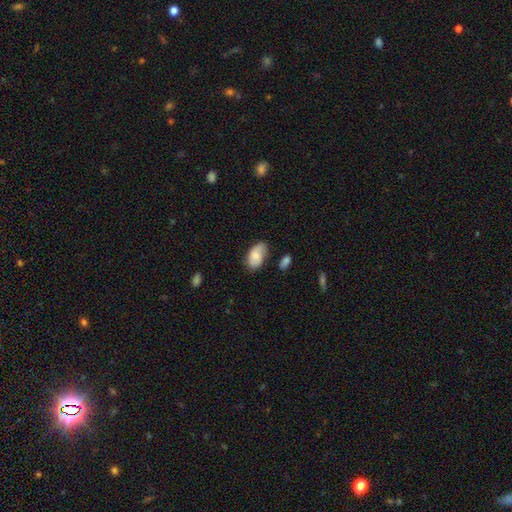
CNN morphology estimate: Smooth or featured? smooth (74%)
How rounded? in between (93%)
Merging? none (65%)